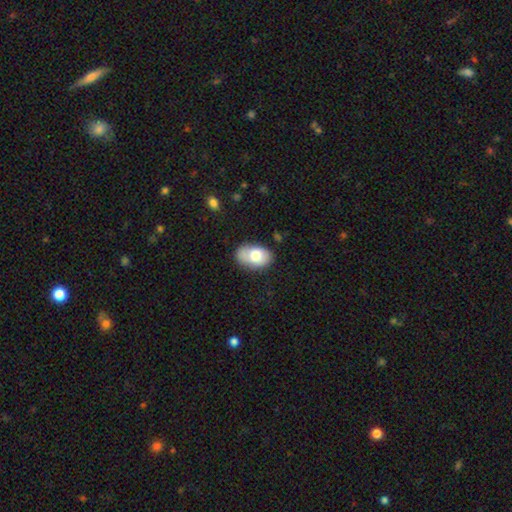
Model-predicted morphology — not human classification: Smooth or featured?
  - smooth: 74% *
  - featured or disk: 19%
  - star or artifact: 7%
How rounded?
  - in between: 90% *
  - round: 9%
  - cigar-shaped: 1%
Merging?
  - none: 68% *
  - minor disturbance: 23%
  - major disturbance: 6%
  - merger: 3%